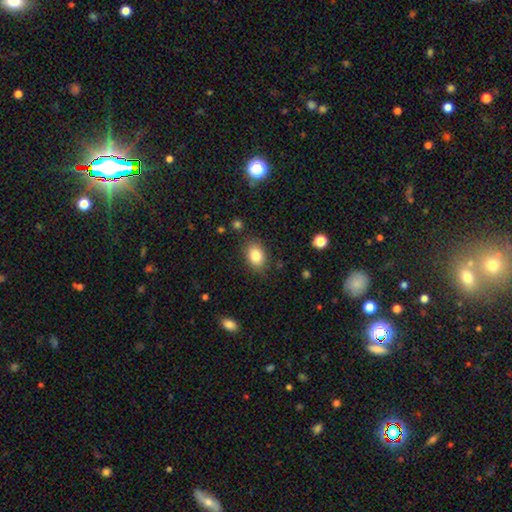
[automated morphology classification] This is clearly a smooth galaxy (83%). How rounded: likely in between (75%). Merging: clearly none (84%).